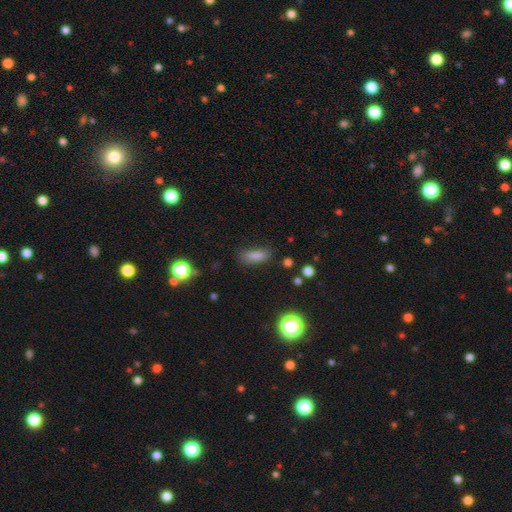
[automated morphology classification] The model was most divided on "how rounded": in between: 64%, cigar-shaped: 33%, round: 3%. More confident: smooth or featured — smooth (82%); merging — none (74%).